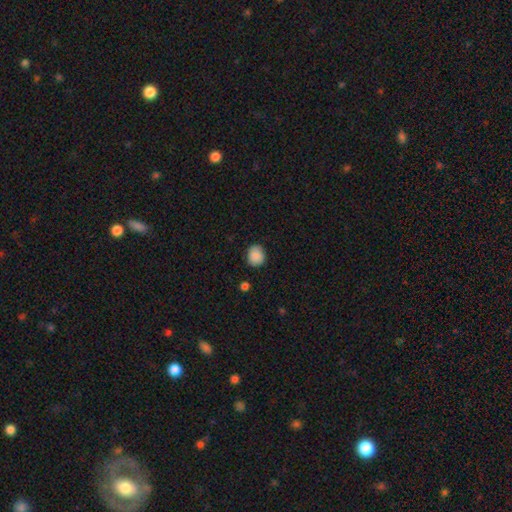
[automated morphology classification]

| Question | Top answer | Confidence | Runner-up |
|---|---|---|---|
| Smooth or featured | smooth | 88% | star or artifact (8%) |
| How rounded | round | 69% | in between (30%) |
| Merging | none | 84% | minor disturbance (13%) |